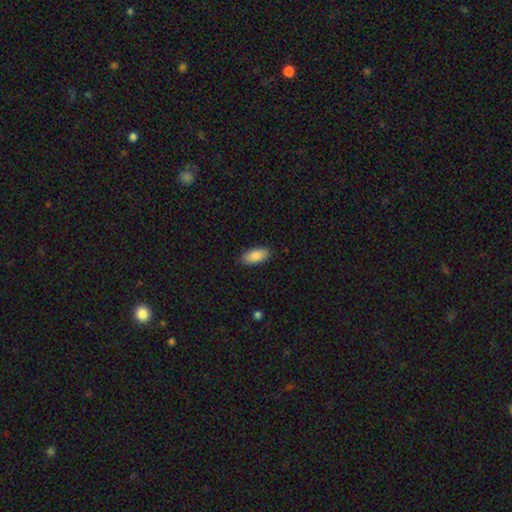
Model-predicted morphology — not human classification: A smooth galaxy with no disk features (88%) that is in between round and cigar-shaped (88%). Merging: none (88%).